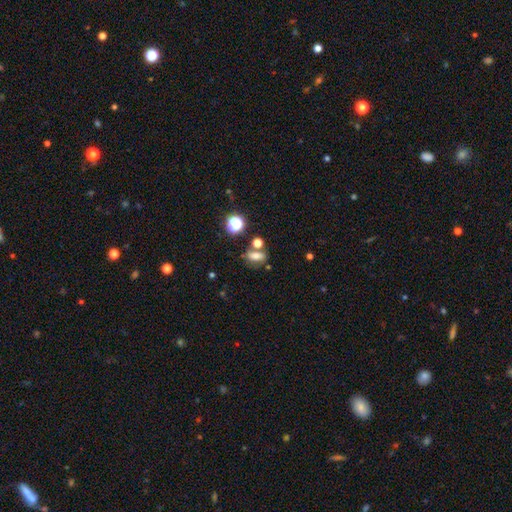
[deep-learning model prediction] smooth 60%, star or artifact 20%, featured or disk 20%. Down the decision tree: how rounded — in between (63%); merging — none (57%).